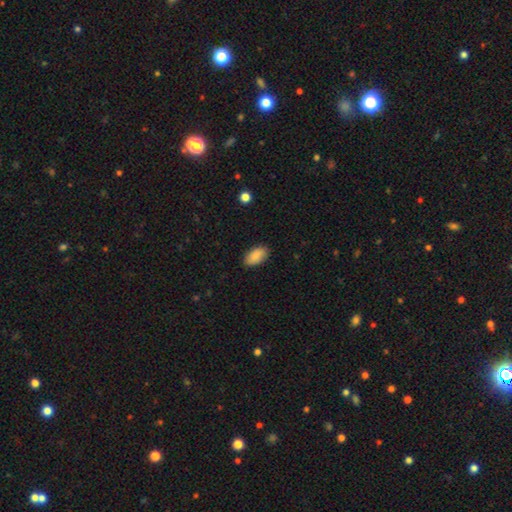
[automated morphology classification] Smooth or featured? Predicted: smooth (p=0.87). How rounded? Predicted: in between (p=0.94). Merging? Predicted: none (p=0.86).